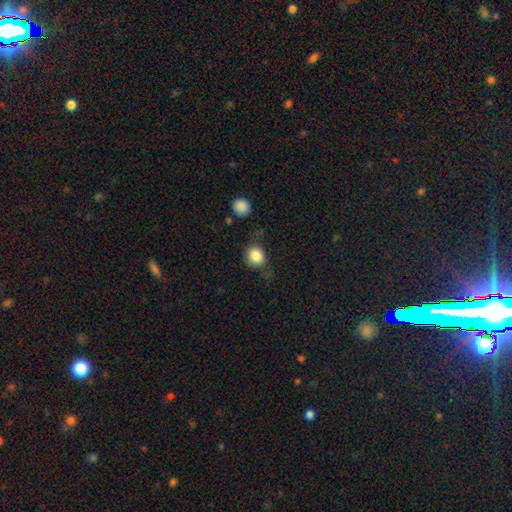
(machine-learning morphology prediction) This is clearly a smooth galaxy (85%). How rounded: likely round (80%). Merging: likely none (68%).